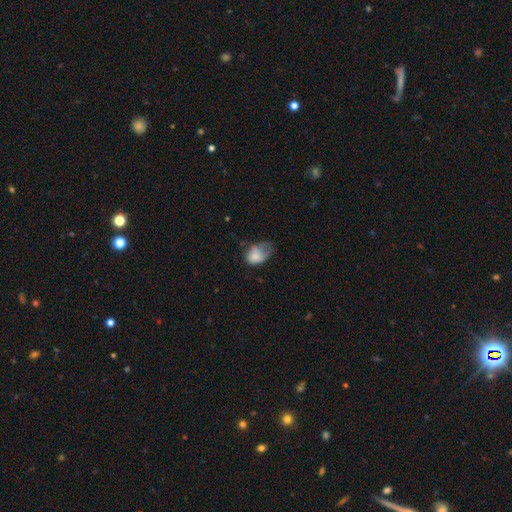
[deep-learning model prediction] smooth 74%, featured or disk 16%, star or artifact 9%. Down the decision tree: how rounded — in between (79%); merging — major disturbance (38%).